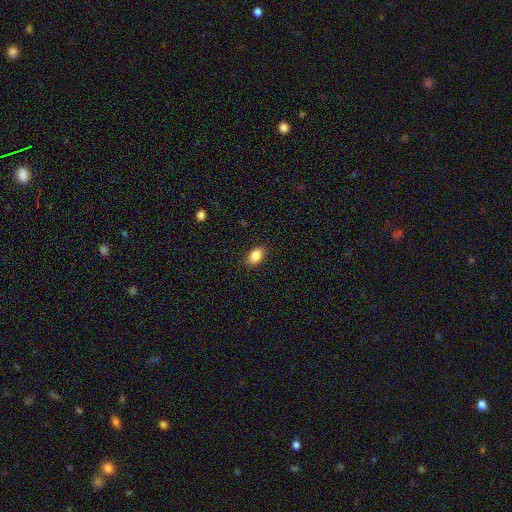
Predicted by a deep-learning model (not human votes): smooth-or-featured: smooth: 86% | star or artifact: 8% | featured or disk: 6%
  how-rounded: in between: 87% | round: 12% | cigar-shaped: 2%
  merging: none: 88% | minor disturbance: 9% | major disturbance: 2% | merger: 1%